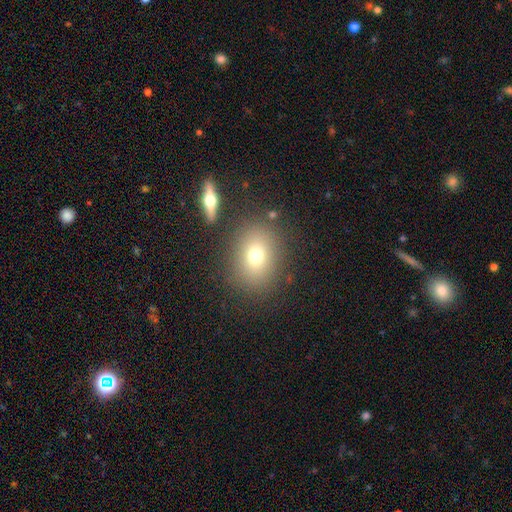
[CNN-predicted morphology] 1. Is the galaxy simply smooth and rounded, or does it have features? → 70% smooth, 16% featured or disk, 14% star or artifact.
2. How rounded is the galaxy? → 59% in between, 39% round, 2% cigar-shaped.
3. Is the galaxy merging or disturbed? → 81% none, 10% minor disturbance, 5% merger, 4% major disturbance.